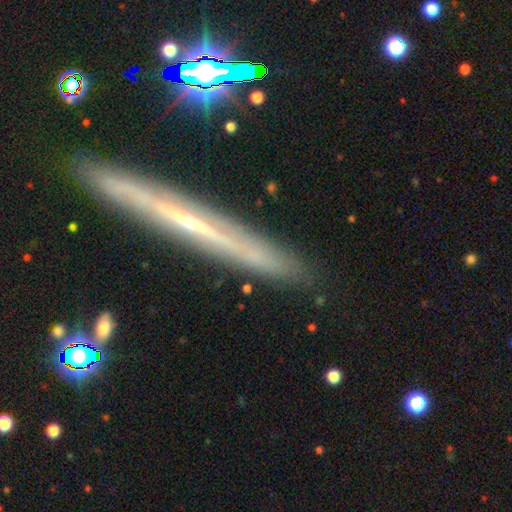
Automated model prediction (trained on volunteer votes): This appears to be a featured or disk galaxy (46%). Merging: none (80%).